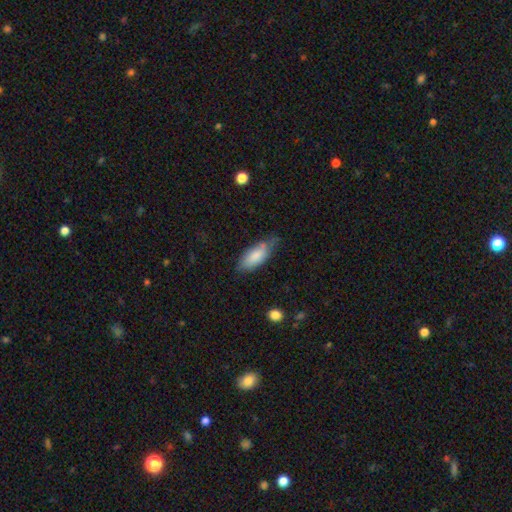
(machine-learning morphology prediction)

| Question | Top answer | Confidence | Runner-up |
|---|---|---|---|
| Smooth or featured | smooth | 82% | featured or disk (12%) |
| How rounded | in between | 80% | cigar-shaped (18%) |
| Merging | none | 52% | minor disturbance (35%) |